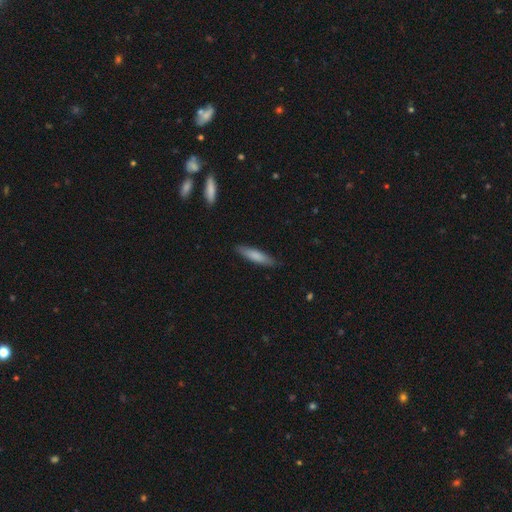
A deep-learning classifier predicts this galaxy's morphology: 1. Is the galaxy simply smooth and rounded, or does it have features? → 79% smooth, 16% featured or disk, 5% star or artifact.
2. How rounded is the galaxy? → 79% cigar-shaped, 20% in between, 1% round.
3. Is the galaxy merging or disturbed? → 86% none, 11% minor disturbance, 2% major disturbance, 1% merger.